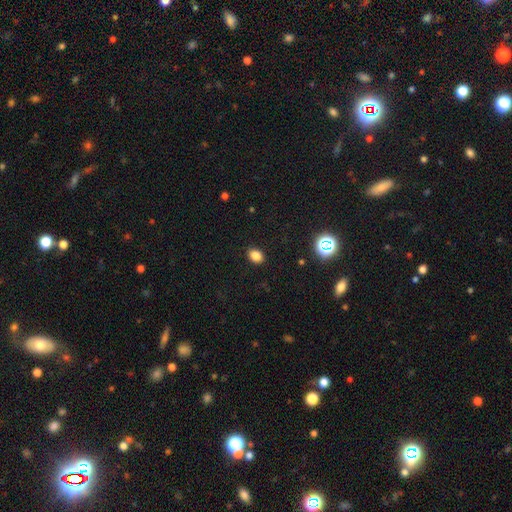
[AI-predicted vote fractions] This appears to be a smooth galaxy with no disk features (82%) that is in between round and cigar-shaped (65%). Merging: none (89%).